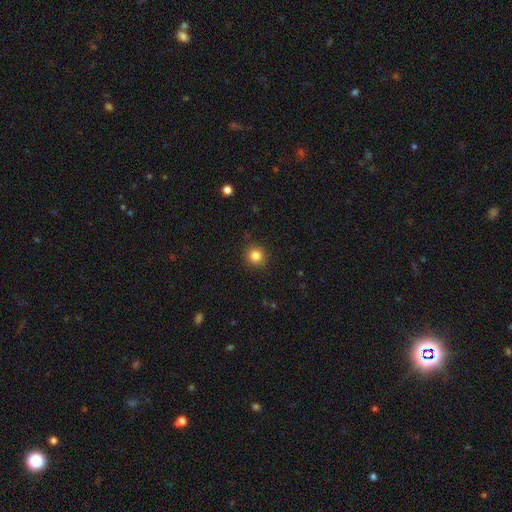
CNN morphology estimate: Smooth or featured?
  - smooth: 84% *
  - star or artifact: 11%
  - featured or disk: 5%
How rounded?
  - round: 91% *
  - in between: 8%
  - cigar-shaped: 1%
Merging?
  - none: 90% *
  - minor disturbance: 7%
  - major disturbance: 2%
  - merger: 1%